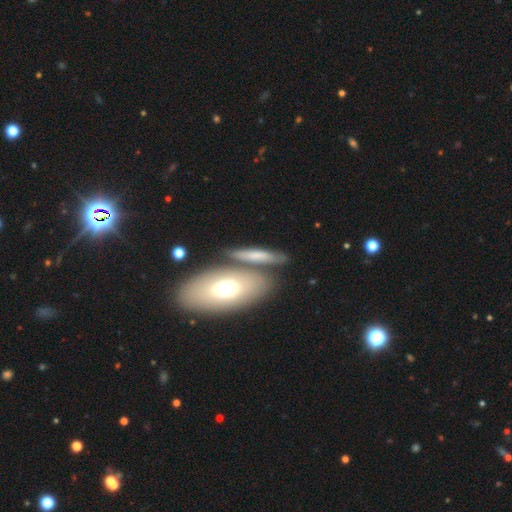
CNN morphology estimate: smooth_or_featured: smooth (p=0.57) [alt: featured or disk p=0.36]
how_rounded: cigar-shaped (p=0.59) [alt: in between p=0.36]
merging: none (p=0.61) [alt: merger p=0.20]